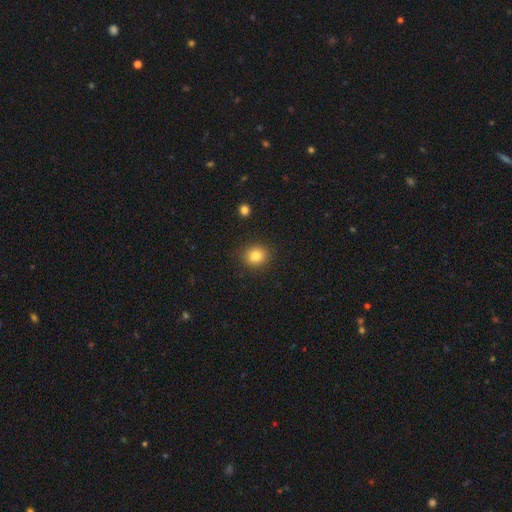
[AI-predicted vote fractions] Q: Smooth or featured?
A: smooth (84%); runner-up: star or artifact (10%)
Q: How rounded?
A: round (76%); runner-up: in between (23%)
Q: Merging?
A: none (87%); runner-up: minor disturbance (8%)